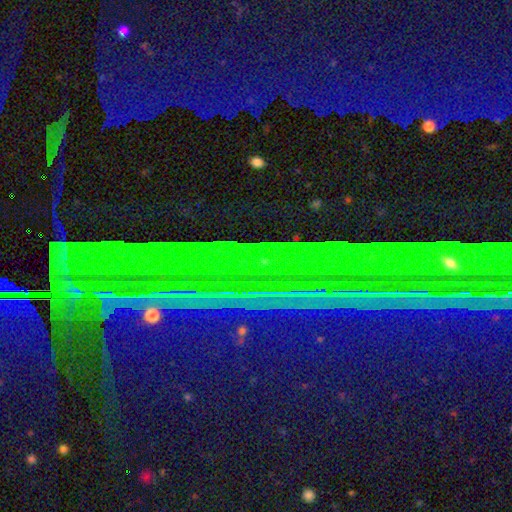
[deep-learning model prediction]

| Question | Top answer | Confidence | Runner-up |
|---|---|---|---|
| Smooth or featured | star or artifact | 88% | featured or disk (7%) |